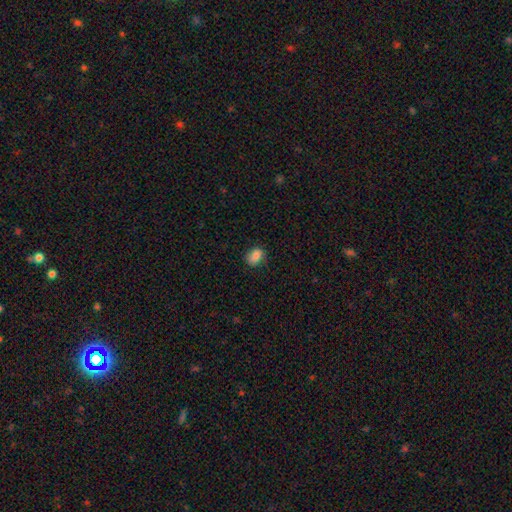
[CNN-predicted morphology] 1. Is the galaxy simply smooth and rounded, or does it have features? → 84% smooth, 9% star or artifact, 7% featured or disk.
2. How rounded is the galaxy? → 62% in between, 37% round, 1% cigar-shaped.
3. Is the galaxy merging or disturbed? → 79% none, 16% minor disturbance, 3% major disturbance, 1% merger.